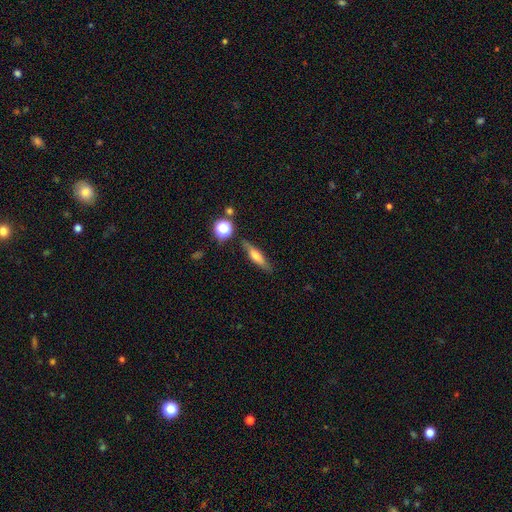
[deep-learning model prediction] Morphology: type=smooth (55%); roundness=cigar-shaped (74%); merging=none (82%).